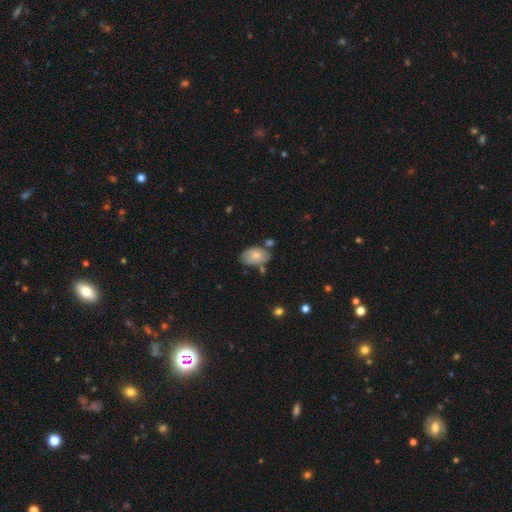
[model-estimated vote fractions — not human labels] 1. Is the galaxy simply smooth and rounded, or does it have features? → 72% smooth, 21% featured or disk, 7% star or artifact.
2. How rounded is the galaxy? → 90% in between, 8% round, 1% cigar-shaped.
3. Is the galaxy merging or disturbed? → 56% none, 25% minor disturbance, 13% merger, 6% major disturbance.